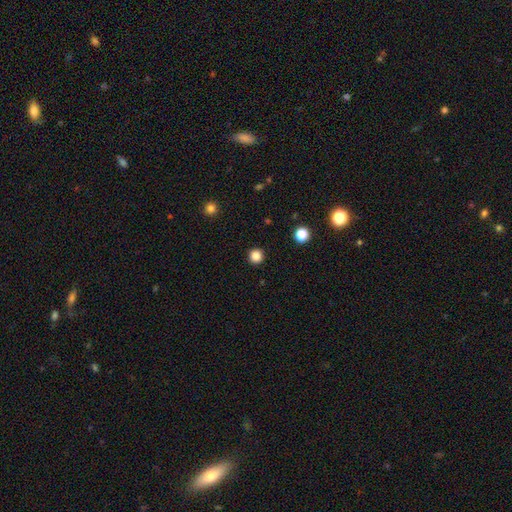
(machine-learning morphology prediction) type=smooth (84%); roundness=round (95%); merging=none (93%).